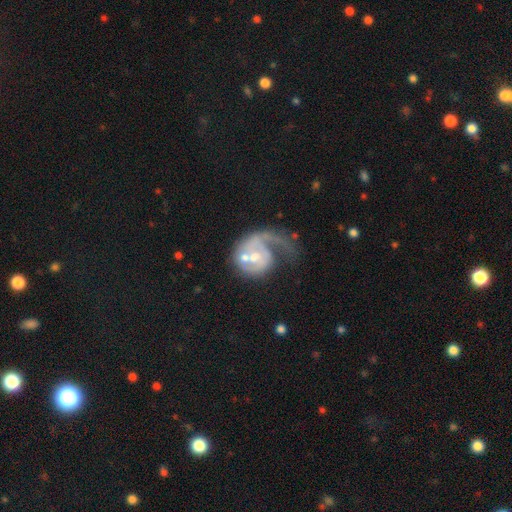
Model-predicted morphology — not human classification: A featured or disk galaxy (77%) with no bar (65%), 1 (78%) loose (39%) spiral arms (83%) and a moderate central bulge (45%). Merging: major disturbance (38%).